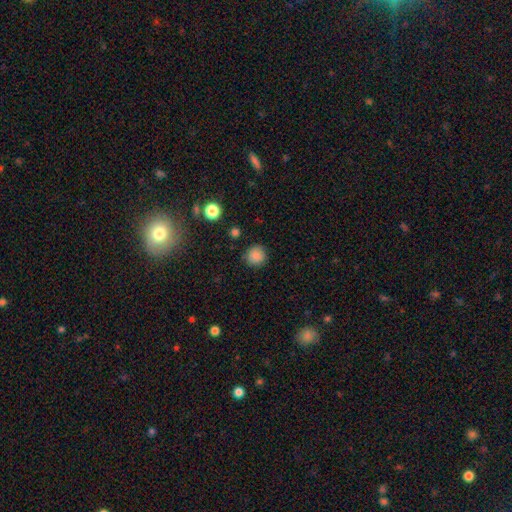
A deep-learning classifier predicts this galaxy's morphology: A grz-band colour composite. It shows a smooth galaxy with no disk features (85%) that is round (93%). Merging: none (88%).